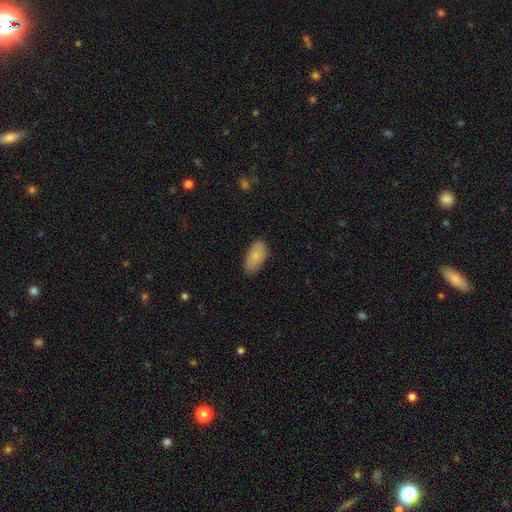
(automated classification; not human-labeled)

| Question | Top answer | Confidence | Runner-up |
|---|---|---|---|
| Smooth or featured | smooth | 78% | featured or disk (15%) |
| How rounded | in between | 94% | round (3%) |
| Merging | none | 72% | minor disturbance (23%) |